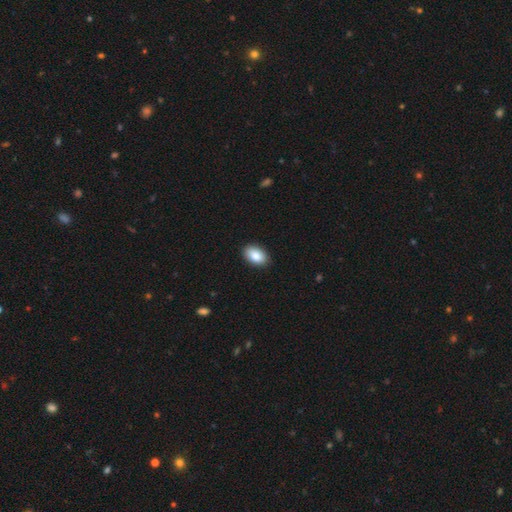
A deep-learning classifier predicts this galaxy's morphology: Smooth or featured: smooth — 88% (star or artifact — 7%)
How rounded: in between — 91% (round — 8%)
Merging: none — 89% (minor disturbance — 8%)